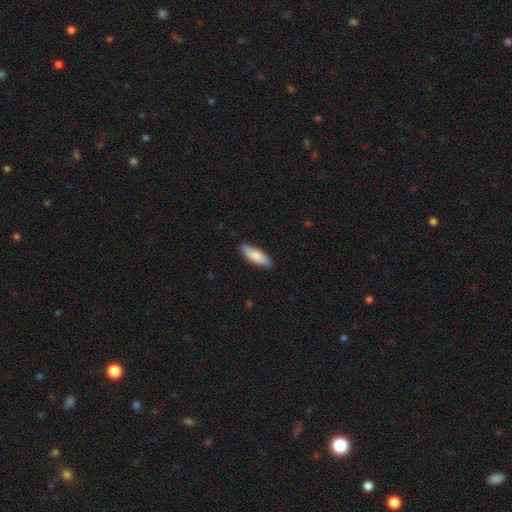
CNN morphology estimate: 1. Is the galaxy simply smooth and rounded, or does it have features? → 83% smooth, 12% featured or disk, 5% star or artifact.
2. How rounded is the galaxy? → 64% in between, 34% cigar-shaped, 2% round.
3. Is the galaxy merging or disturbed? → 86% none, 11% minor disturbance, 2% major disturbance, 1% merger.